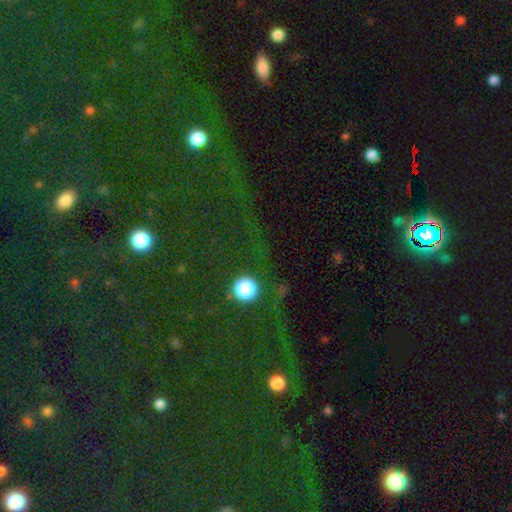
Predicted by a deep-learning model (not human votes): The model was most divided on "smooth or featured": star or artifact: 51%, smooth: 40%, featured or disk: 8%.